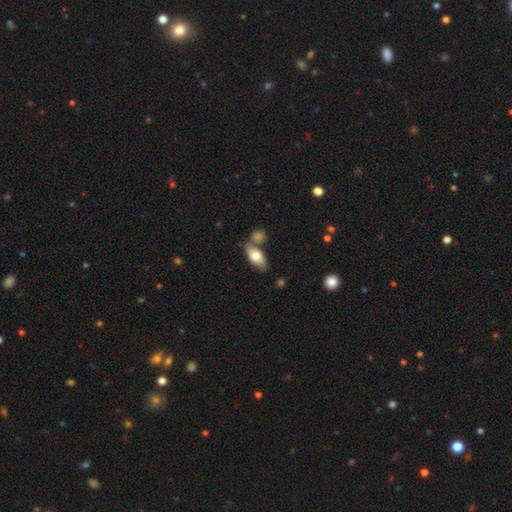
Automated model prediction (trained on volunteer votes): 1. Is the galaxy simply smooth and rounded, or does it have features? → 74% smooth, 20% featured or disk, 6% star or artifact.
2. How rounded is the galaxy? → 87% in between, 9% cigar-shaped, 4% round.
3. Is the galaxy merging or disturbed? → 51% none, 29% merger, 15% minor disturbance, 5% major disturbance.